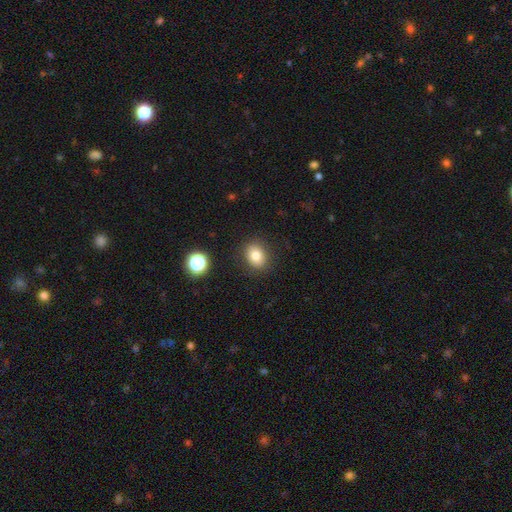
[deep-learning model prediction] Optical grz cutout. It shows a smooth galaxy with no disk features (80%) that is in between round and cigar-shaped (52%). Merging: none (87%).